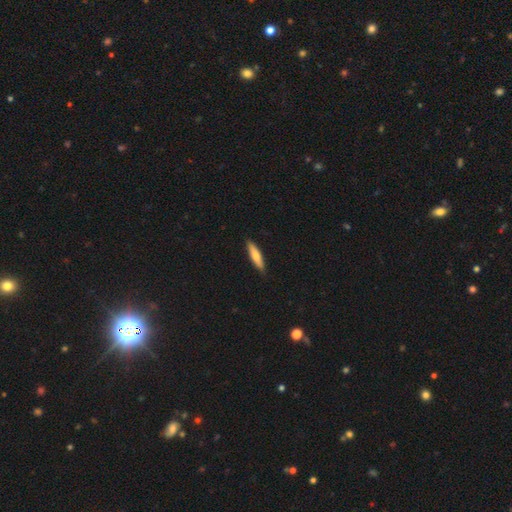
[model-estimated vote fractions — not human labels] Smooth or featured?
  - smooth: 70% *
  - featured or disk: 24%
  - star or artifact: 5%
How rounded?
  - cigar-shaped: 80% *
  - in between: 18%
  - round: 2%
Merging?
  - none: 88% *
  - minor disturbance: 9%
  - major disturbance: 2%
  - merger: 1%